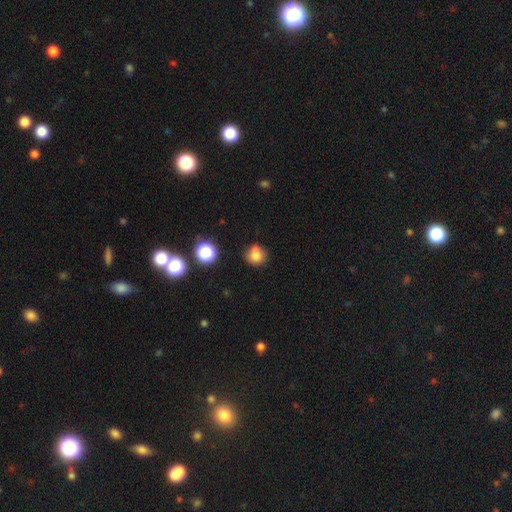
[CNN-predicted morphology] Smooth or featured: smooth — 78% (star or artifact — 13%)
How rounded: round — 85% (in between — 14%)
Merging: none — 66% (minor disturbance — 18%)